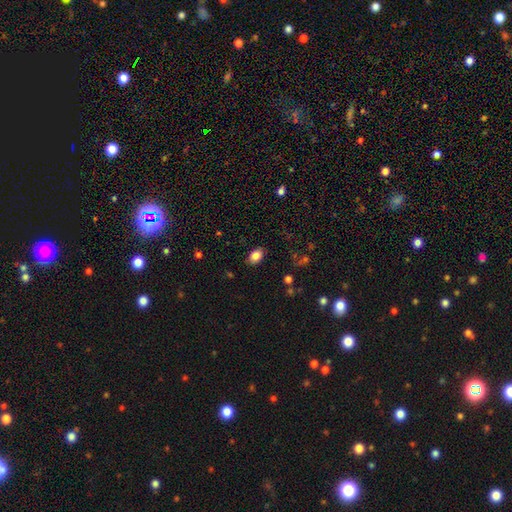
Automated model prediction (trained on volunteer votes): Smooth or featured? Predicted: smooth (p=0.84). How rounded? Predicted: in between (p=0.84). Merging? Predicted: none (p=0.86).